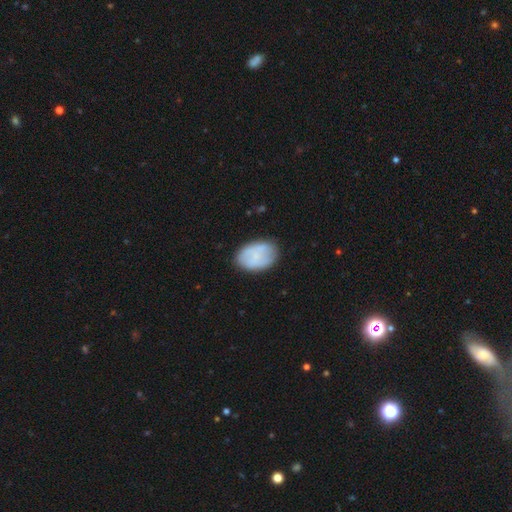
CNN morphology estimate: type=smooth (62%); roundness=in between (83%); merging=none (74%).